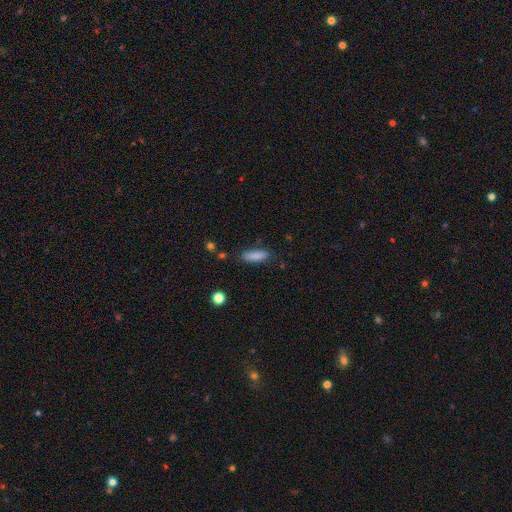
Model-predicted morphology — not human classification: smooth 85%, featured or disk 7%, star or artifact 7%. Down the decision tree: how rounded — cigar-shaped (58%); merging — none (84%).